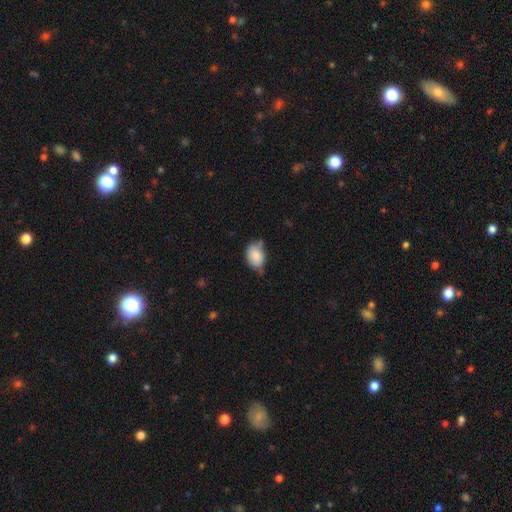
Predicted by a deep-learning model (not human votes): The model was most divided on "merging": none: 52%, minor disturbance: 36%, major disturbance: 6%, merger: 5%. More confident: smooth or featured — smooth (82%); how rounded — in between (75%).